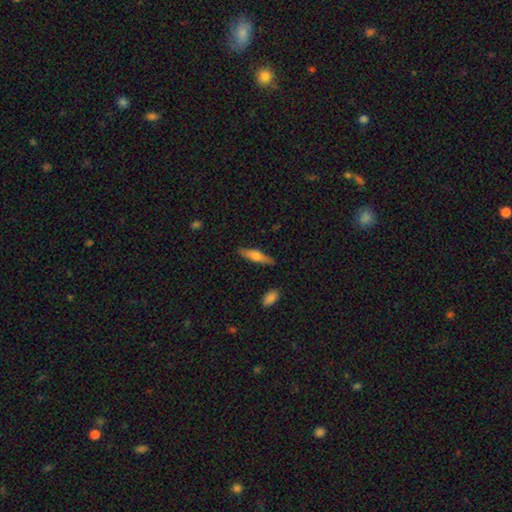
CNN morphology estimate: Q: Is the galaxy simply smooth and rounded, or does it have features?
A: smooth — 55%.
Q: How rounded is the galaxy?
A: cigar-shaped — 72%.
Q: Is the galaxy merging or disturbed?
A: none — 86%.